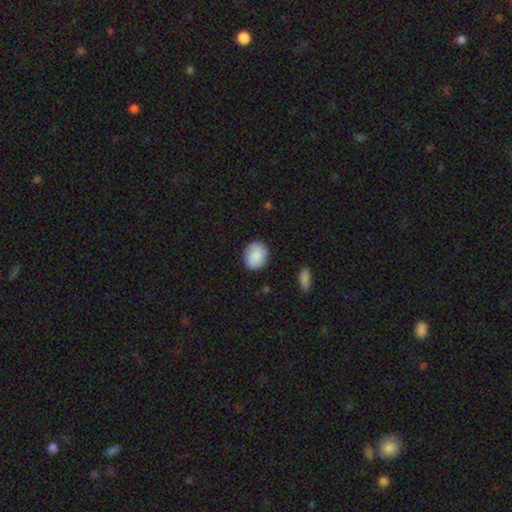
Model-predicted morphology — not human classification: Overall: smooth (87%). How rounded: round (66%; in between 33%). Merging: none (86%).